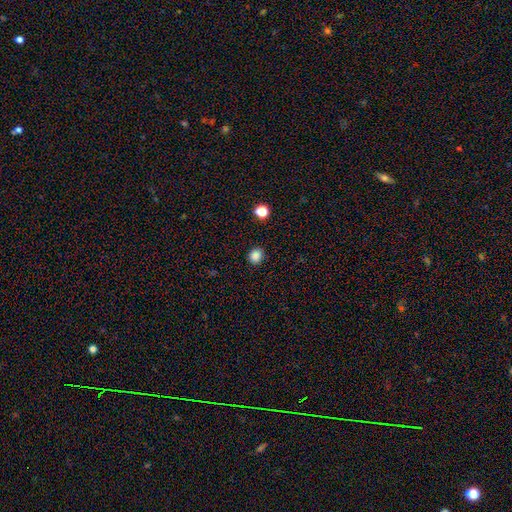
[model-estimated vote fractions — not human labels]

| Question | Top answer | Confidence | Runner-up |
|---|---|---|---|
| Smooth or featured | smooth | 86% | star or artifact (11%) |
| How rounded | round | 74% | in between (25%) |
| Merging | none | 90% | minor disturbance (7%) |